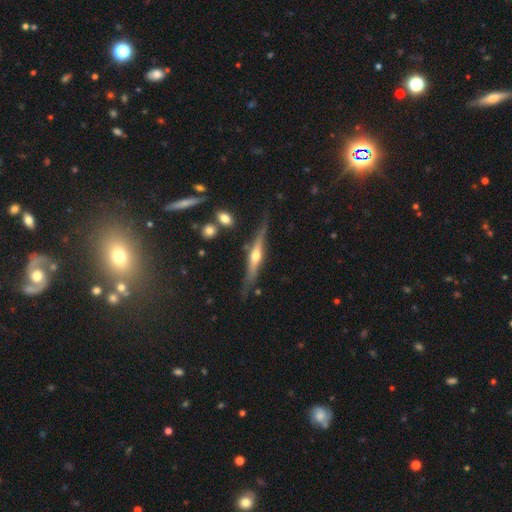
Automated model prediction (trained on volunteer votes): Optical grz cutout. It shows a featured or disk galaxy (75%) viewed edge-on (96%) with a rounded central bulge (87%). Merging: none (79%).